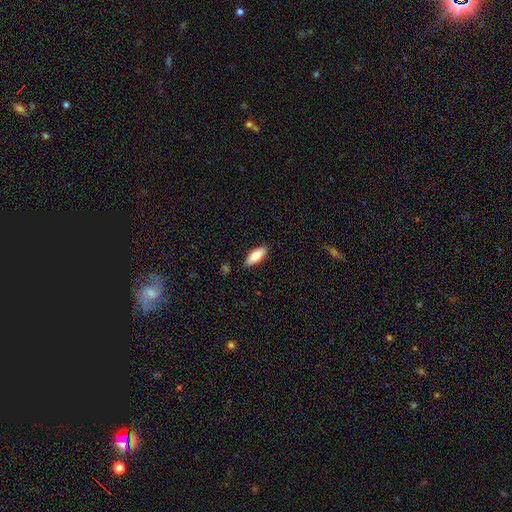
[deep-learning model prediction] Overall: smooth (84%). How rounded: in between (77%). Merging: none (86%).